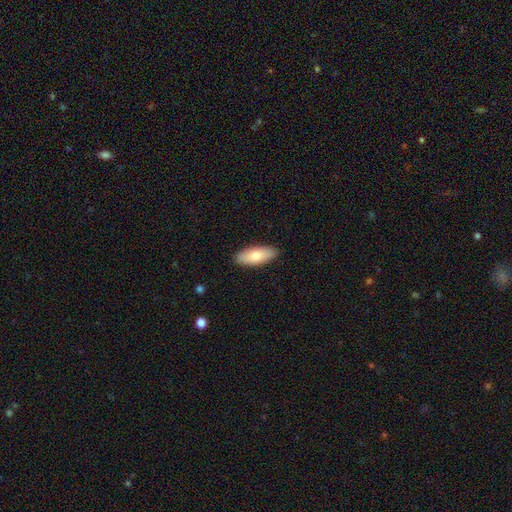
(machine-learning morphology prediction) This appears to be a smooth galaxy with no disk features (76%) that is in between round and cigar-shaped (80%). Merging: none (90%).